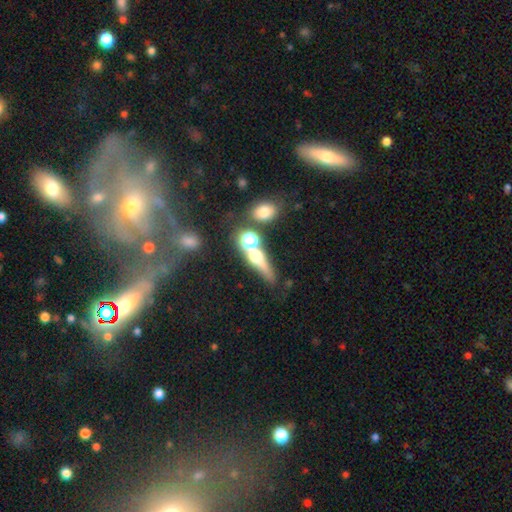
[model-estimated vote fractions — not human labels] A smooth galaxy with no disk features (44%).

Vote fractions:
- Smooth or featured? smooth: 44% / featured or disk: 36% / star or artifact: 21%
- Merging? none: 49% / merger: 29% / minor disturbance: 13% / major disturbance: 9%